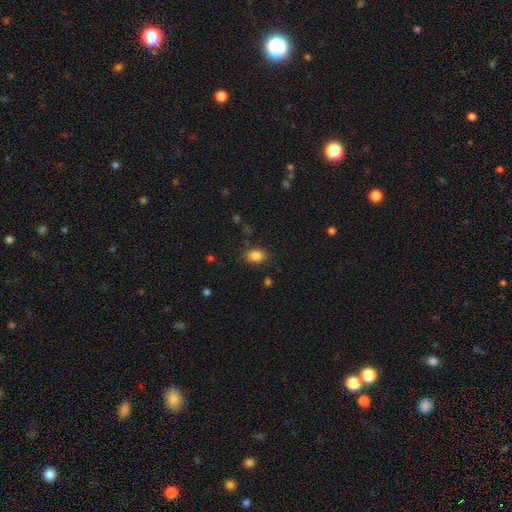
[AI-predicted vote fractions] A smooth galaxy with no disk features (86%) that is in between round and cigar-shaped (74%). Merging: none (82%).